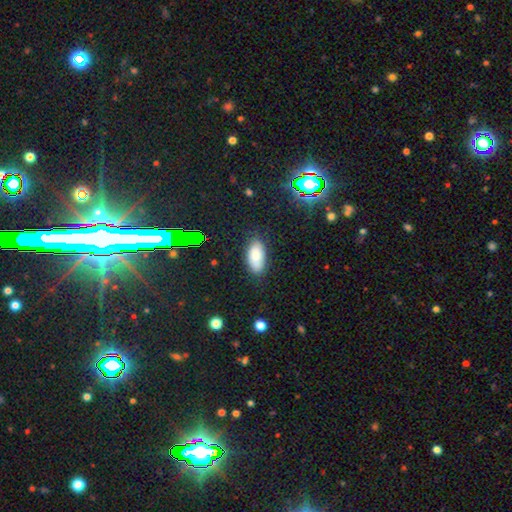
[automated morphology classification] smooth-or-featured: smooth: 82% | star or artifact: 10% | featured or disk: 8%
  how-rounded: in between: 92% | cigar-shaped: 6% | round: 3%
  merging: none: 79% | minor disturbance: 16% | major disturbance: 4% | merger: 2%